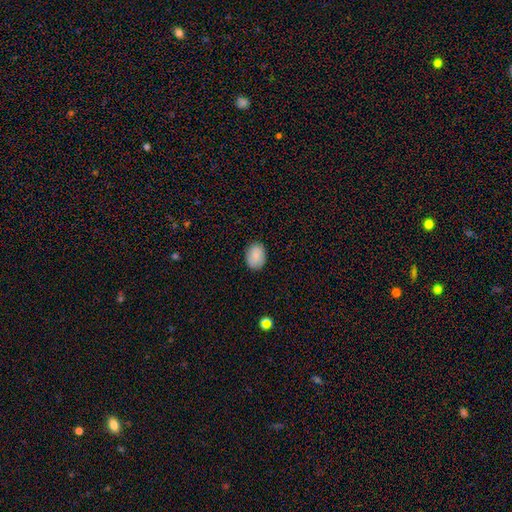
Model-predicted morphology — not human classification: A smooth galaxy with no disk features (85%) that is in between round and cigar-shaped (70%).

Vote fractions:
- Smooth or featured? smooth: 85% / star or artifact: 7% / featured or disk: 7%
- How rounded? in between: 70% / round: 29% / cigar-shaped: 1%
- Merging? none: 87% / minor disturbance: 10% / major disturbance: 2% / merger: 1%